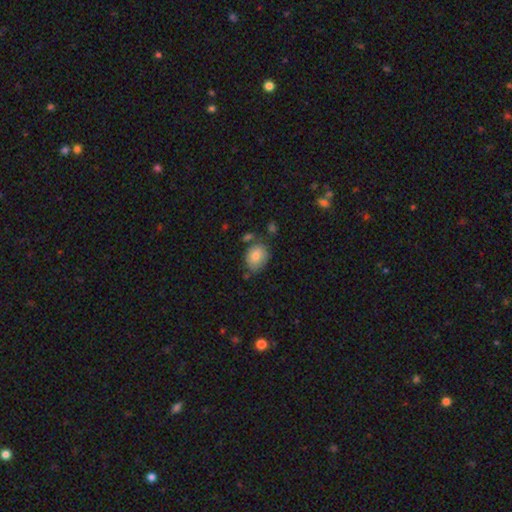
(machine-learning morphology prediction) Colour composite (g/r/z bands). It shows a smooth galaxy with no disk features (81%) that is in between round and cigar-shaped (57%). Merging: none (63%).